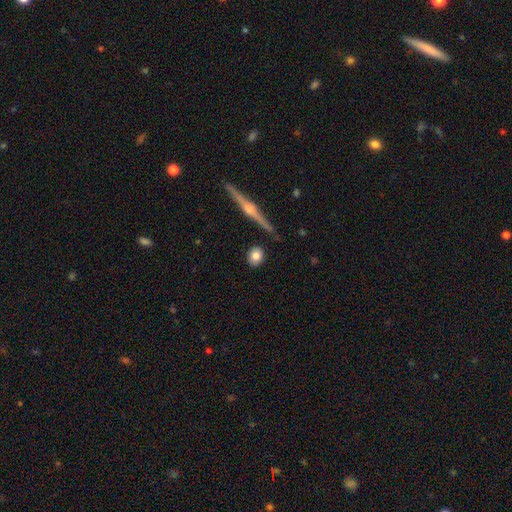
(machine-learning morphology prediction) Smooth or featured: smooth — 79% (featured or disk — 13%)
How rounded: round — 59% (in between — 38%)
Merging: none — 84% (minor disturbance — 10%)